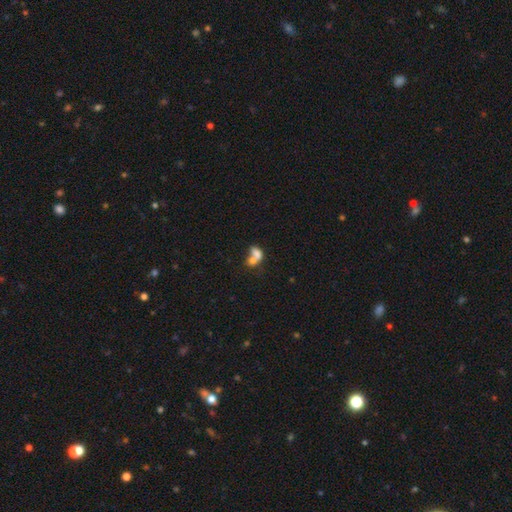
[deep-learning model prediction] smooth_or_featured: smooth (p=0.69) [alt: featured or disk p=0.20]
how_rounded: in between (p=0.74) [alt: round p=0.22]
merging: merger (p=0.69) [alt: none p=0.17]